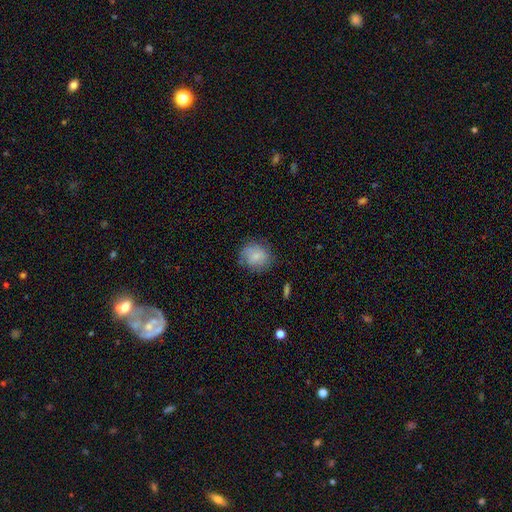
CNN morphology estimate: smooth 79%, featured or disk 13%, star or artifact 8%. Down the decision tree: how rounded — round (73%); merging — none (72%).